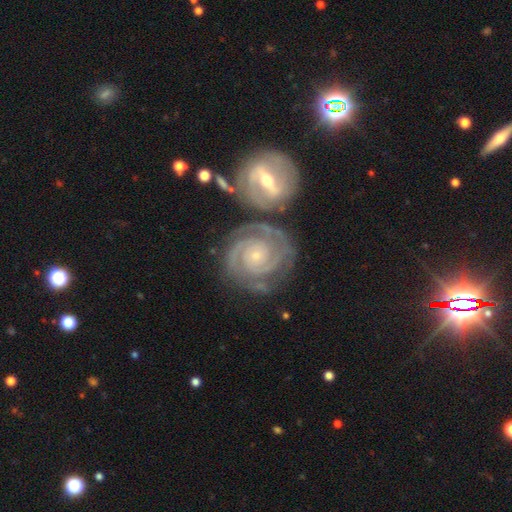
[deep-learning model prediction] Overall: featured or disk (92%). Edge-on disk: no (98%). Bar: no (61%; weak 23%). Spiral arms: yes (98%). Spiral arm count: 2 (72%). Spiral winding: tight (79%). Bulge size: small (74%). Merging: none (60%; merger 21%).